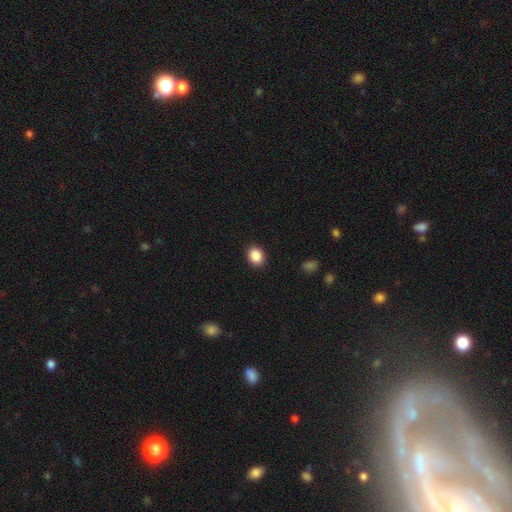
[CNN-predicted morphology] Q: Smooth or featured?
A: smooth (88%); runner-up: star or artifact (9%)
Q: How rounded?
A: round (58%); runner-up: in between (41%)
Q: Merging?
A: none (91%); runner-up: minor disturbance (6%)